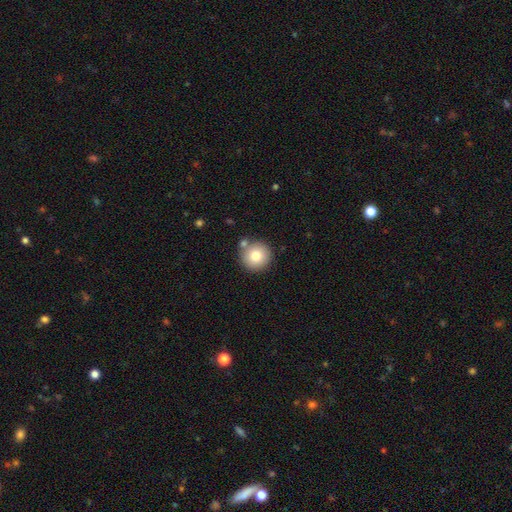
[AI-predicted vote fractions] A smooth galaxy with no disk features (77%) that is round (95%). Merging: none (77%).